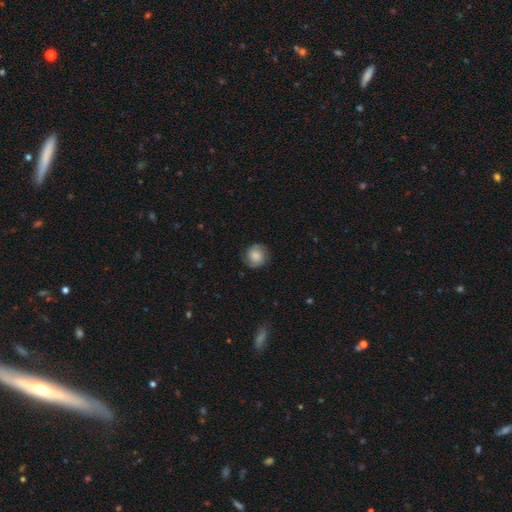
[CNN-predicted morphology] Smooth or featured? Predicted: smooth (p=0.51). How rounded? Predicted: round (p=0.88). Merging? Predicted: none (p=0.83).